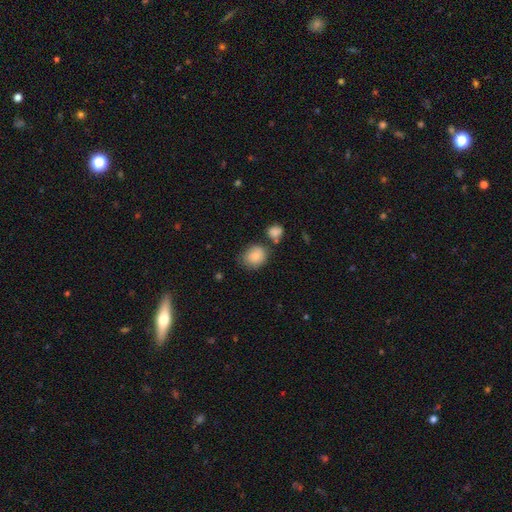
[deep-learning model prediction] A smooth galaxy with no disk features (84%) that is round (66%). Merging: none (62%).